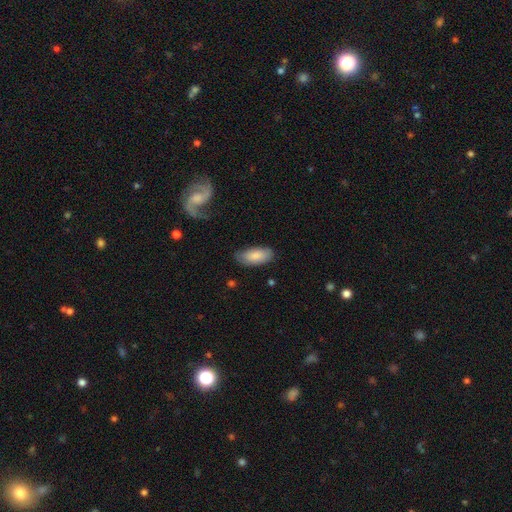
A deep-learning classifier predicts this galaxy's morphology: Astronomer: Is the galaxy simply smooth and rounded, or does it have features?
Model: smooth — 83%.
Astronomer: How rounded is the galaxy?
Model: in between — 90%.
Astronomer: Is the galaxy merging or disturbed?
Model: none — 74%.